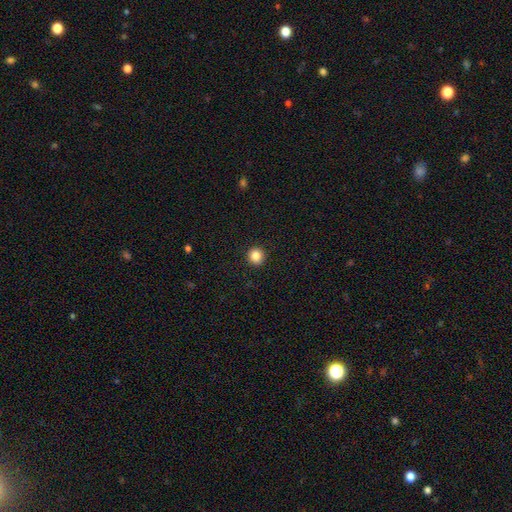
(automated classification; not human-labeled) Smooth or featured: smooth — 86% (star or artifact — 10%)
How rounded: round — 93% (in between — 6%)
Merging: none — 93% (minor disturbance — 5%)